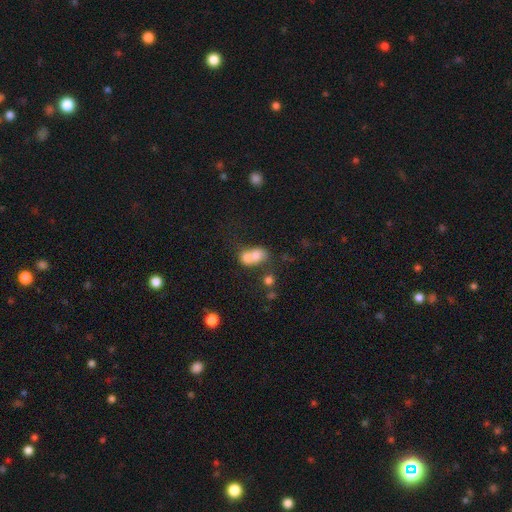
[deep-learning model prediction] smooth-or-featured: smooth: 70% | featured or disk: 19% | star or artifact: 11%
  how-rounded: in between: 61% | round: 37% | cigar-shaped: 2%
  merging: merger: 68% | none: 19% | minor disturbance: 8% | major disturbance: 5%